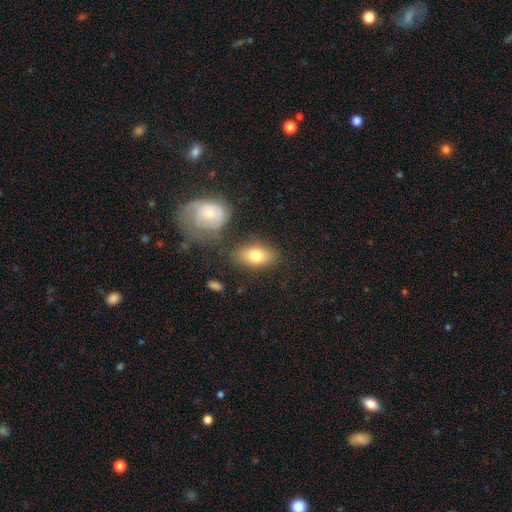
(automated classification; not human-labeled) Smooth or featured? smooth (76%)
How rounded? in between (86%)
Merging? none (73%)